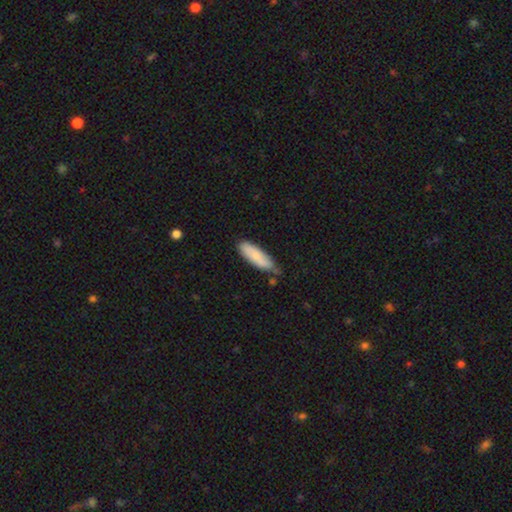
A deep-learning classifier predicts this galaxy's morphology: Smooth or featured? smooth (81%)
How rounded? in between (54%)
Merging? none (59%)